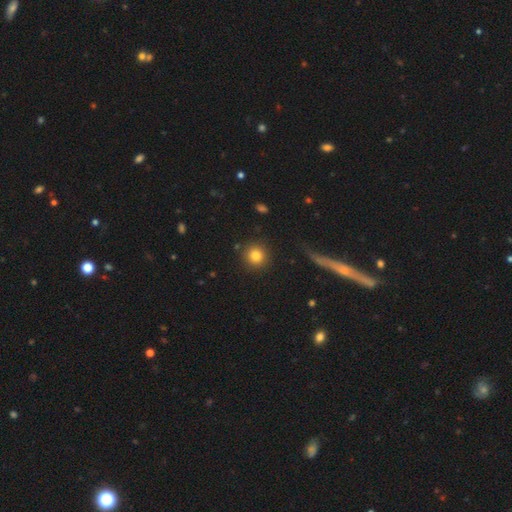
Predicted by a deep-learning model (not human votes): This appears to be a smooth galaxy with no disk features (83%) that is round (93%). Merging: none (88%).